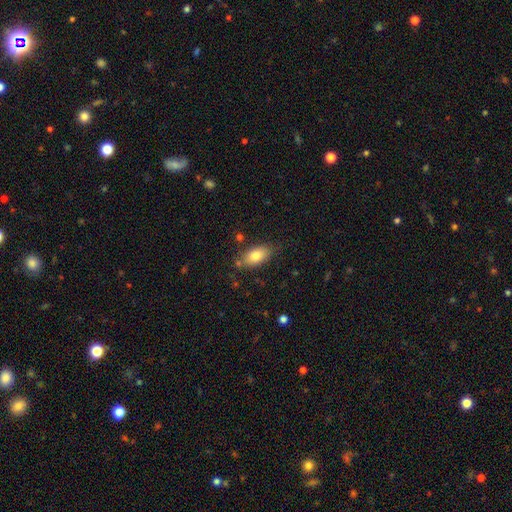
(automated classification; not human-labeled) Smooth or featured? Predicted: smooth (p=0.80). How rounded? Predicted: in between (p=0.90). Merging? Predicted: none (p=0.77).